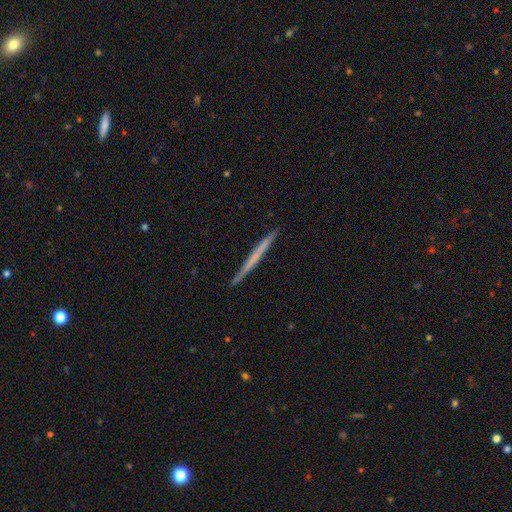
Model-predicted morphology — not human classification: This is possibly a featured or disk galaxy (50%). It is clearly viewed edge-on (98%). Merging: clearly none (91%).